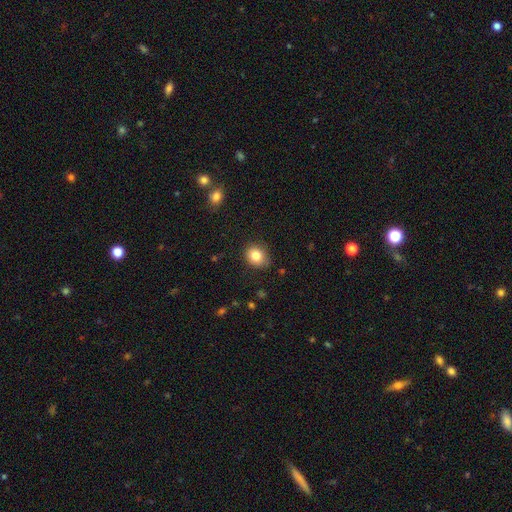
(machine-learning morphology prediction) Smooth or featured?
  - smooth: 82% *
  - star or artifact: 10%
  - featured or disk: 8%
How rounded?
  - round: 60% *
  - in between: 40%
  - cigar-shaped: 1%
Merging?
  - none: 81% *
  - minor disturbance: 14%
  - major disturbance: 3%
  - merger: 1%